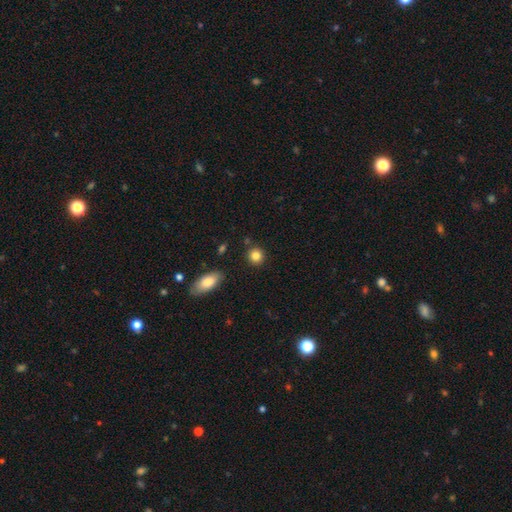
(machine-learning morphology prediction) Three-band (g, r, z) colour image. It shows a smooth galaxy with no disk features (84%) that is round (87%). Merging: none (86%).